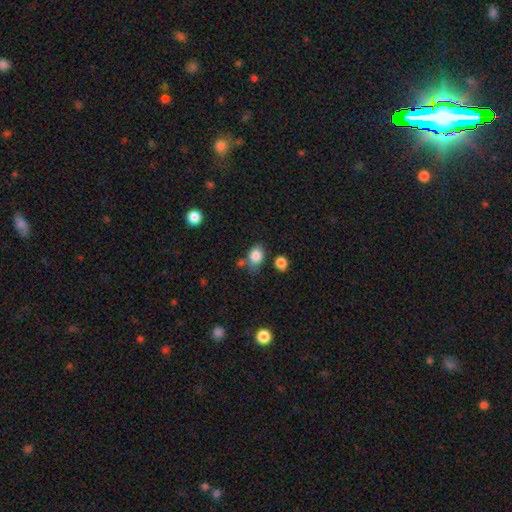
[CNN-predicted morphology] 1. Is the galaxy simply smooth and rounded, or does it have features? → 84% smooth, 10% star or artifact, 6% featured or disk.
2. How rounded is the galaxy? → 58% in between, 41% round, 1% cigar-shaped.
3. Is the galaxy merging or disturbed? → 60% none, 22% minor disturbance, 11% merger, 6% major disturbance.